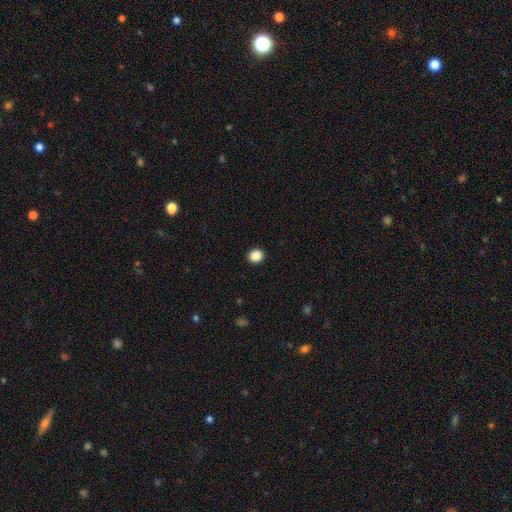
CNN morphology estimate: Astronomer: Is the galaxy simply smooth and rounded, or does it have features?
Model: smooth — 88%.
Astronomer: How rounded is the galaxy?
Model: round — 76%.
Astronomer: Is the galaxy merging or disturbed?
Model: none — 92%.